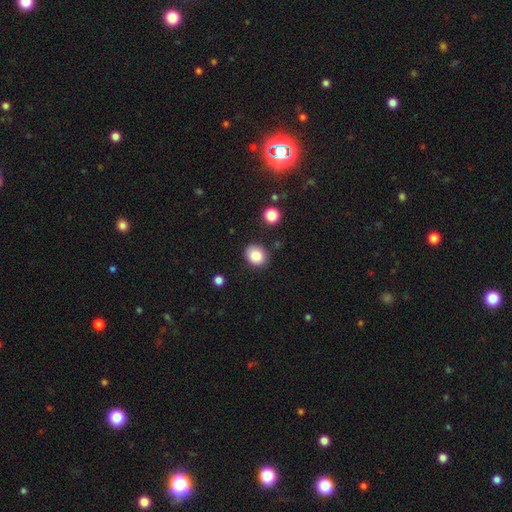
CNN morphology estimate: Q: Smooth or featured?
A: smooth (87%); runner-up: star or artifact (9%)
Q: How rounded?
A: round (61%); runner-up: in between (39%)
Q: Merging?
A: none (82%); runner-up: minor disturbance (12%)